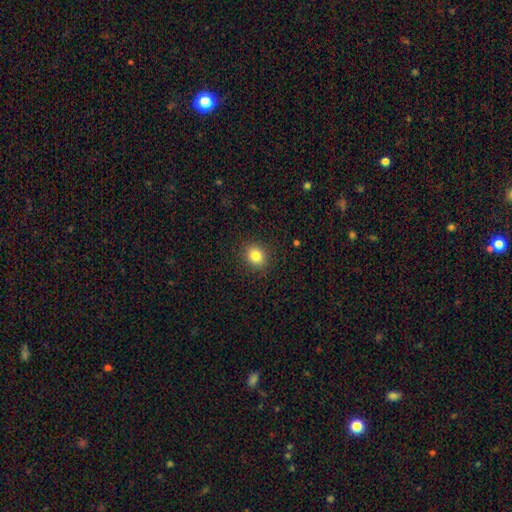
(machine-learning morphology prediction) smooth_or_featured: smooth (p=0.83) [alt: star or artifact p=0.11]
how_rounded: round (p=0.74) [alt: in between p=0.25]
merging: none (p=0.90) [alt: minor disturbance p=0.07]